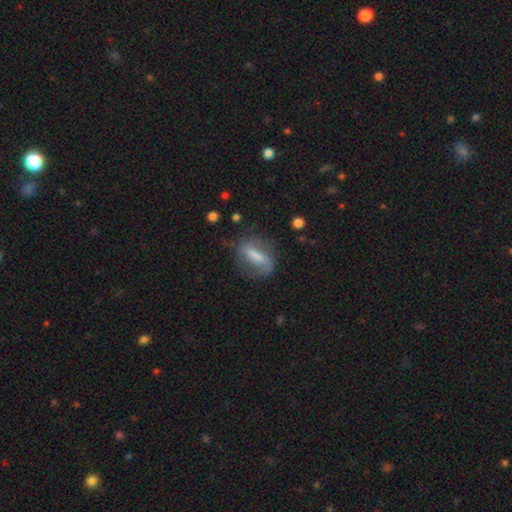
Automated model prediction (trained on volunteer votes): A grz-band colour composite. It shows a featured or disk galaxy (45%, tied with smooth). Merging: none (61%).